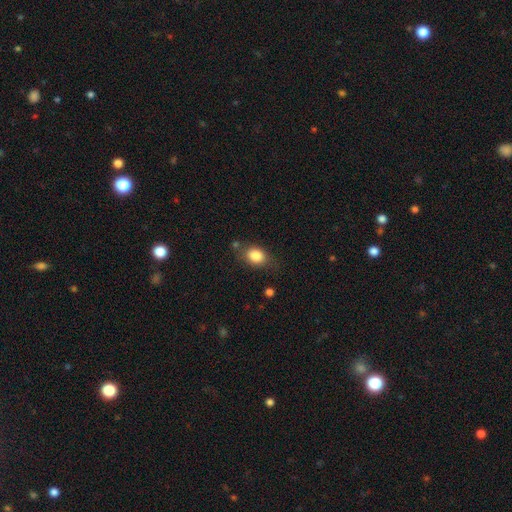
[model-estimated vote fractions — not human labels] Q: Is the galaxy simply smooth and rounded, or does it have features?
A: smooth — 83%.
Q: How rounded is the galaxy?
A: in between — 66%.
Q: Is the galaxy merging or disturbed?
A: none — 68%.